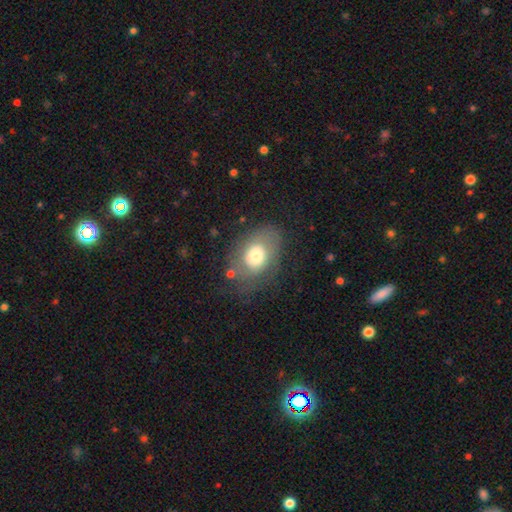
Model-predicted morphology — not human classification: type=smooth (61%); roundness=in between (72%); merging=none (61%).